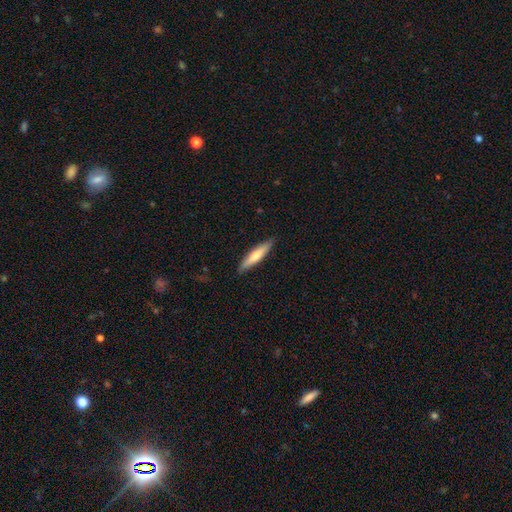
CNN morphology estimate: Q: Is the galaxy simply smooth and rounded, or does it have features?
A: smooth — 62%.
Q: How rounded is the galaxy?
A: cigar-shaped — 87%.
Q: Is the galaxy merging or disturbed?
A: none — 89%.